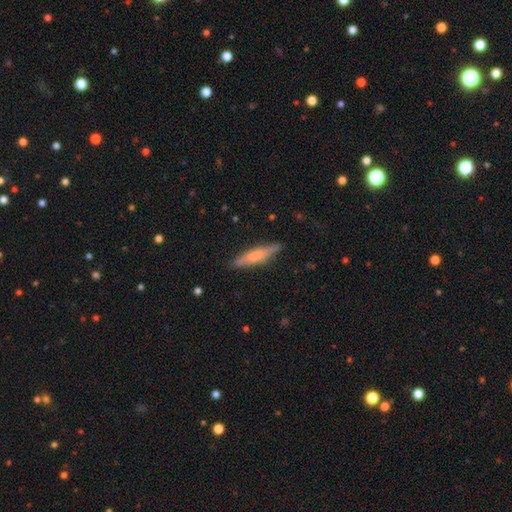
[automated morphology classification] smooth_or_featured: smooth (p=0.56) [alt: featured or disk p=0.37]
how_rounded: cigar-shaped (p=0.85) [alt: in between p=0.14]
merging: none (p=0.86) [alt: minor disturbance p=0.11]